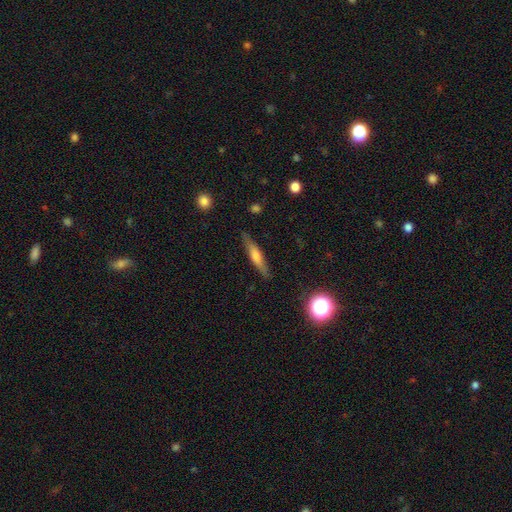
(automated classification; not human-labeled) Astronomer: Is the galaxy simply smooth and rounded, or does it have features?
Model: smooth — 48% (runner-up: featured or disk, 45%).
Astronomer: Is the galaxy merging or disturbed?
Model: none — 85%.